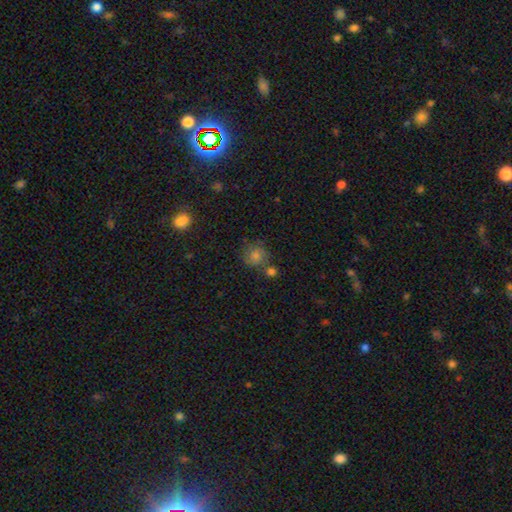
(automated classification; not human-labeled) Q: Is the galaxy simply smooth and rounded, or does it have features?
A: smooth — 69%.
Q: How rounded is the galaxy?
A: round — 86%.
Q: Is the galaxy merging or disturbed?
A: none — 67%.